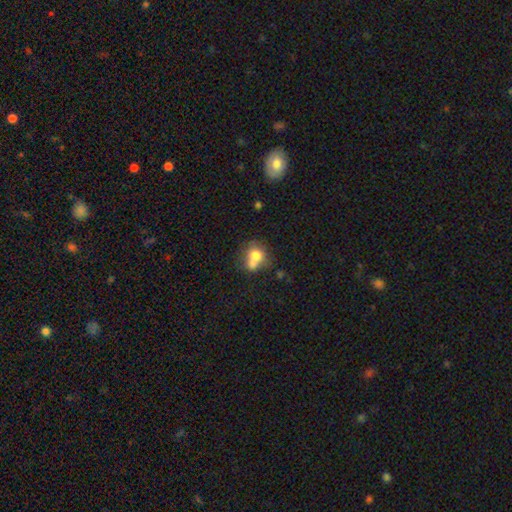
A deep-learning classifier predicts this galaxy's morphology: type=smooth (72%); roundness=round (65%); merging=merger (51%).